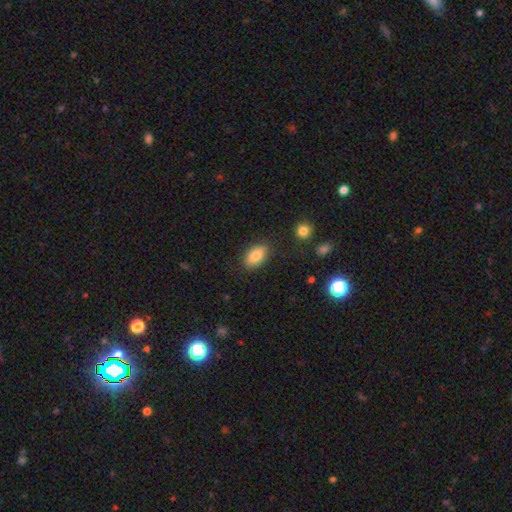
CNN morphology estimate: The model was most divided on "smooth or featured": smooth: 78%, featured or disk: 14%, star or artifact: 8%. More confident: how rounded — in between (86%); merging — none (84%).